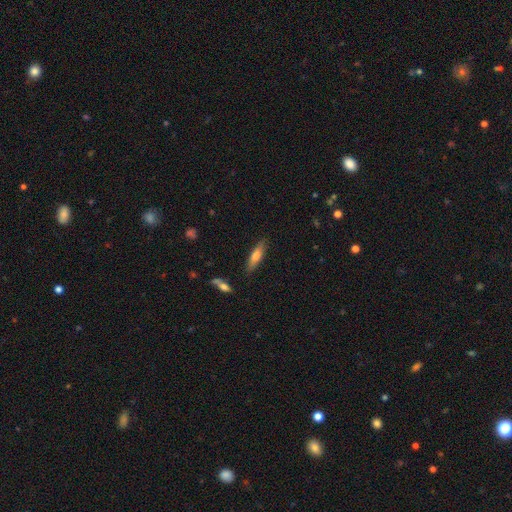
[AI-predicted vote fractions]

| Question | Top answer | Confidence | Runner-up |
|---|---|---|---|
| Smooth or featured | smooth | 65% | featured or disk (28%) |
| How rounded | cigar-shaped | 68% | in between (30%) |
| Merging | none | 85% | minor disturbance (11%) |